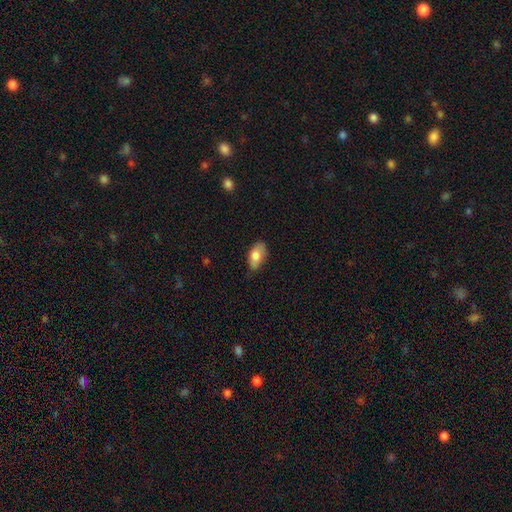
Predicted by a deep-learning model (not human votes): Smooth or featured?
  - smooth: 79% *
  - featured or disk: 15%
  - star or artifact: 7%
How rounded?
  - in between: 92% *
  - cigar-shaped: 5%
  - round: 4%
Merging?
  - none: 76% *
  - minor disturbance: 20%
  - major disturbance: 3%
  - merger: 1%